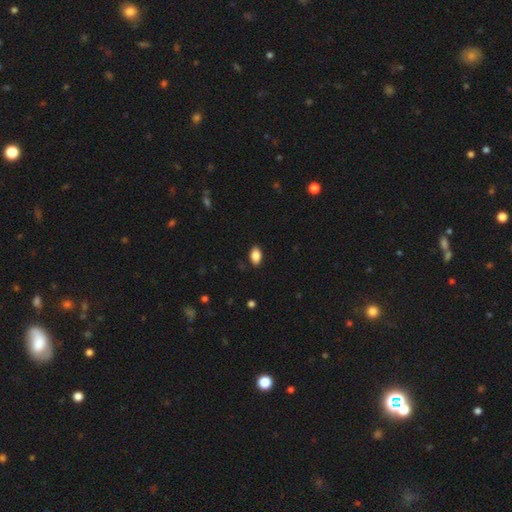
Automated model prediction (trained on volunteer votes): Overall: smooth (87%). How rounded: in between (91%). Merging: none (87%).